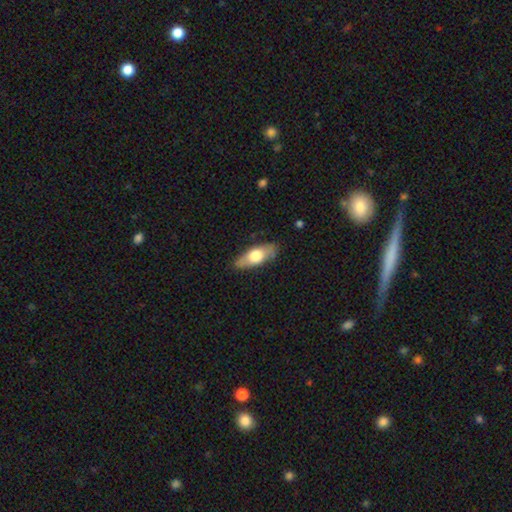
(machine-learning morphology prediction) The model was most divided on "smooth or featured": smooth: 58%, featured or disk: 36%, star or artifact: 5%. More confident: merging — none (82%); how rounded — in between (71%).